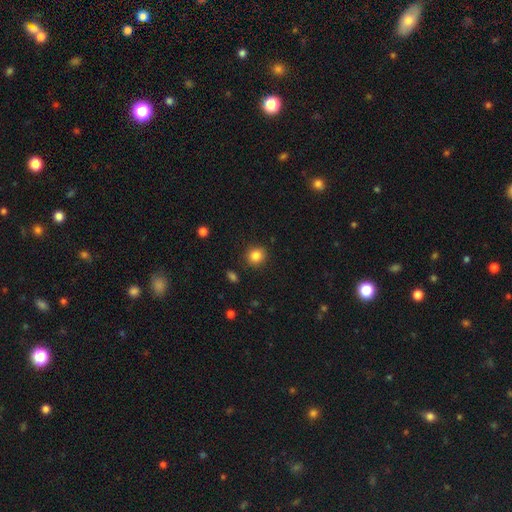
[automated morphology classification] A smooth galaxy with no disk features (84%) that is round (86%).

Vote fractions:
- Smooth or featured? smooth: 84% / star or artifact: 11% / featured or disk: 5%
- How rounded? round: 86% / in between: 13% / cigar-shaped: 1%
- Merging? none: 89% / minor disturbance: 7% / major disturbance: 2% / merger: 2%